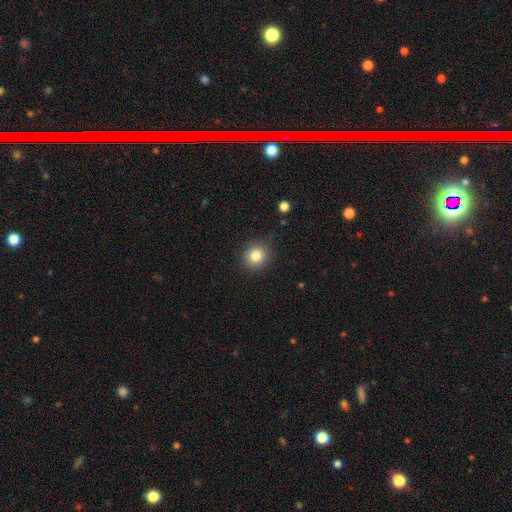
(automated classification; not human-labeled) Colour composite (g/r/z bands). It shows a smooth galaxy with no disk features (83%) that is round (87%). Merging: none (88%).